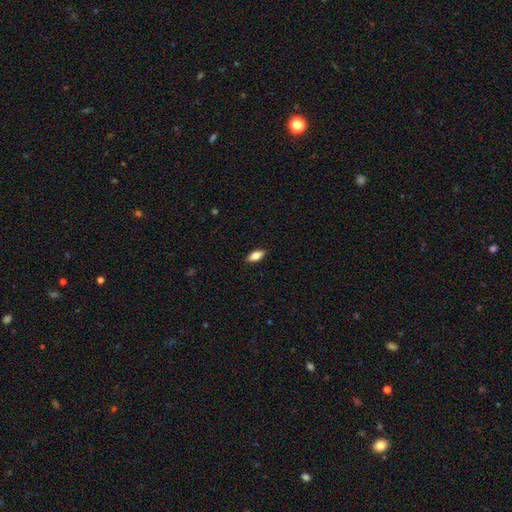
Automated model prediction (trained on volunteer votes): Smooth or featured? Predicted: smooth (p=0.79). How rounded? Predicted: in between (p=0.88). Merging? Predicted: none (p=0.89).